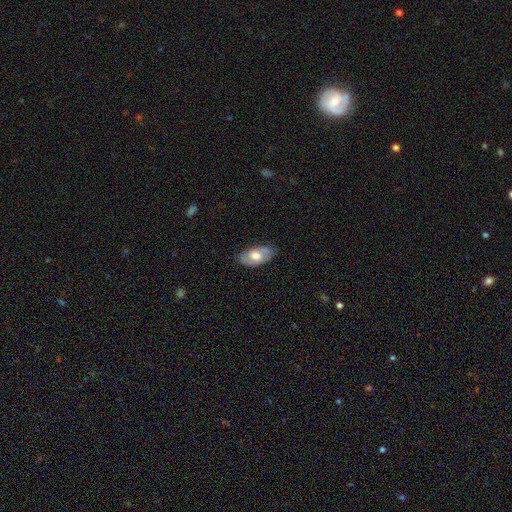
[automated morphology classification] Smooth or featured?
  - smooth: 48% *
  - featured or disk: 46%
  - star or artifact: 6%
Merging?
  - none: 74% *
  - minor disturbance: 20%
  - major disturbance: 4%
  - merger: 1%